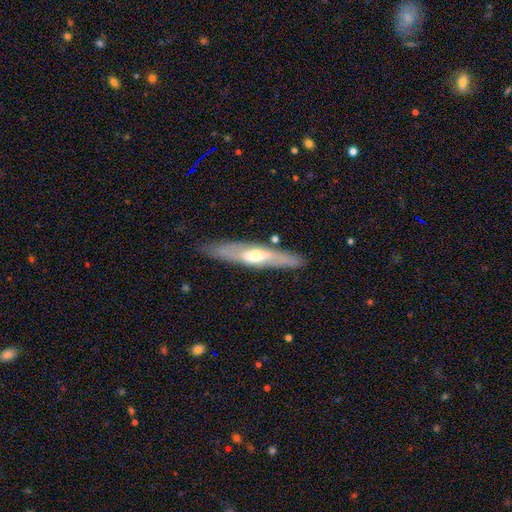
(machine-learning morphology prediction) smooth-or-featured: featured or disk: 61% | smooth: 34% | star or artifact: 6%
  disk-edge-on: yes: 68% | no: 32%
  merging: none: 83% | minor disturbance: 13% | major disturbance: 3% | merger: 2%